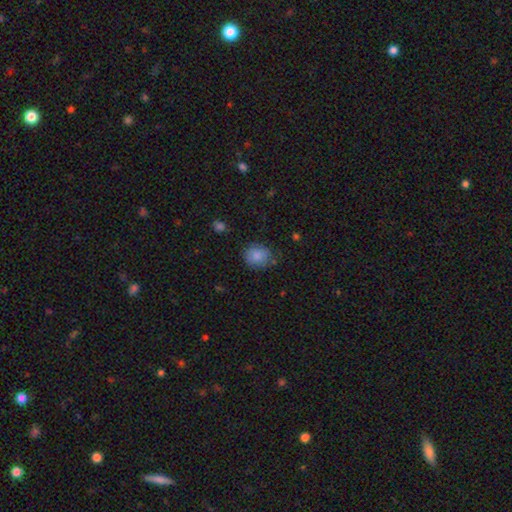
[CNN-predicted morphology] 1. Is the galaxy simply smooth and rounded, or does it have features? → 82% smooth, 9% star or artifact, 9% featured or disk.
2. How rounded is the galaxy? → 71% round, 28% in between, 1% cigar-shaped.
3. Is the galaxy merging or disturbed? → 75% none, 19% minor disturbance, 4% major disturbance, 2% merger.